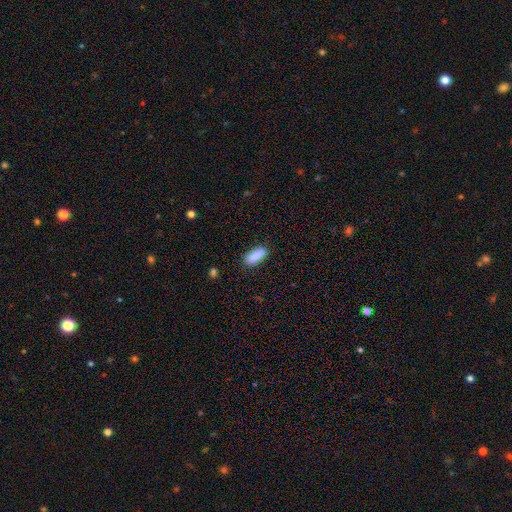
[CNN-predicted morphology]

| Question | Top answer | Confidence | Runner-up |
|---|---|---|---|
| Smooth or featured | smooth | 89% | star or artifact (7%) |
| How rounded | in between | 79% | cigar-shaped (19%) |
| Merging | none | 84% | minor disturbance (12%) |